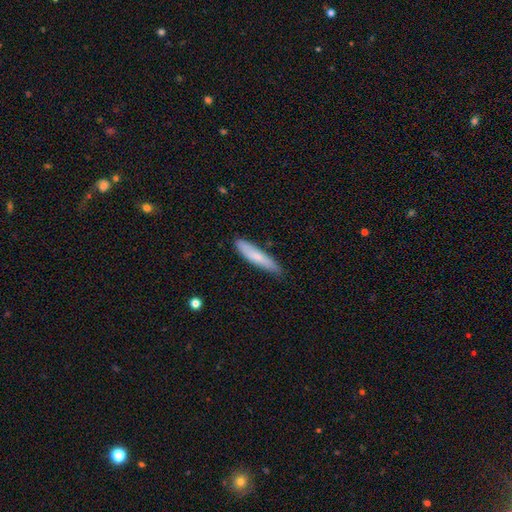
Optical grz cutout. It shows a smooth galaxy with no disk features (77%) that is cigar-shaped (93%). Merging: none (50%).